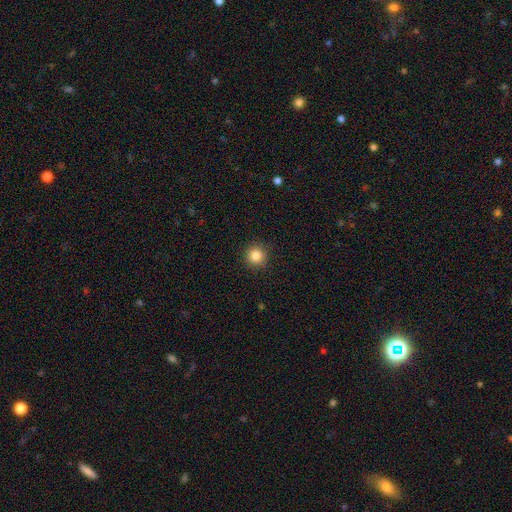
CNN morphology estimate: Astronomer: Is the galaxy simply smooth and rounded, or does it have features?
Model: smooth — 84%.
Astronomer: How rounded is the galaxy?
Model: round — 95%.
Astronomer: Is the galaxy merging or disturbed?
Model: none — 92%.